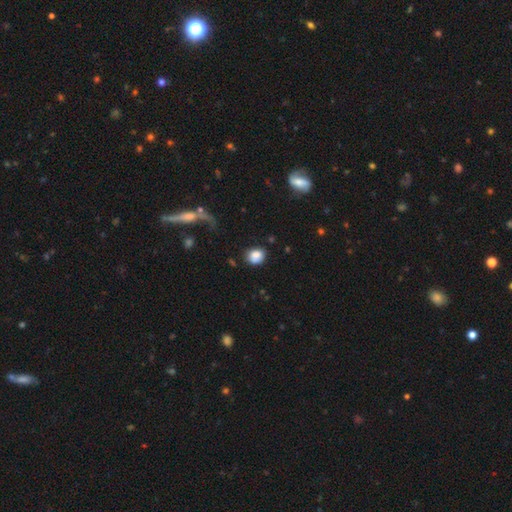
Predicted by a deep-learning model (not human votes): Smooth or featured?
  - smooth: 83% *
  - star or artifact: 9%
  - featured or disk: 8%
How rounded?
  - round: 61% *
  - in between: 38%
  - cigar-shaped: 1%
Merging?
  - none: 66% *
  - minor disturbance: 22%
  - major disturbance: 7%
  - merger: 5%